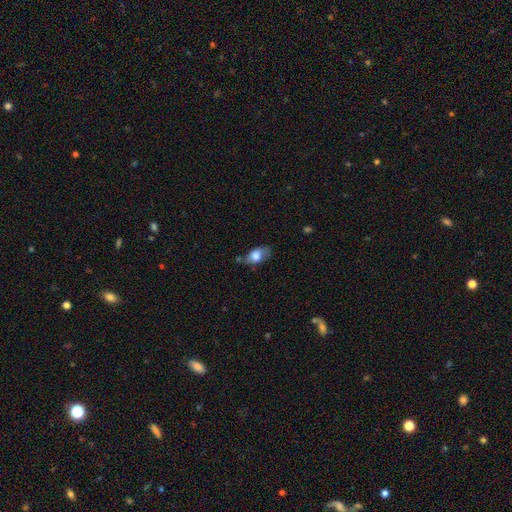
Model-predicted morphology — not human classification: This appears to be a smooth galaxy with no disk features (71%) that is in between round and cigar-shaped (87%). Merging: none (55%).